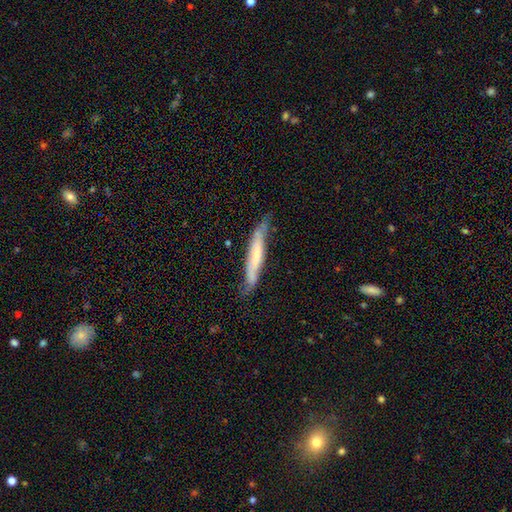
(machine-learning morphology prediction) smooth-or-featured: featured or disk: 51% | smooth: 43% | star or artifact: 6%
  disk-edge-on: yes: 71% | no: 29%
  merging: none: 66% | minor disturbance: 26% | major disturbance: 6% | merger: 2%